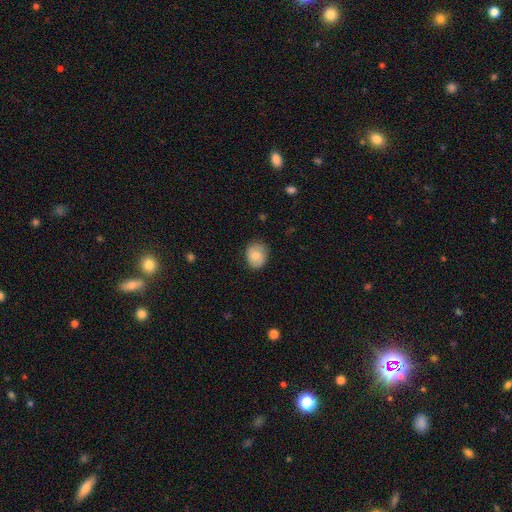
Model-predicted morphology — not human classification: Smooth or featured? smooth (75%)
How rounded? round (61%)
Merging? none (77%)